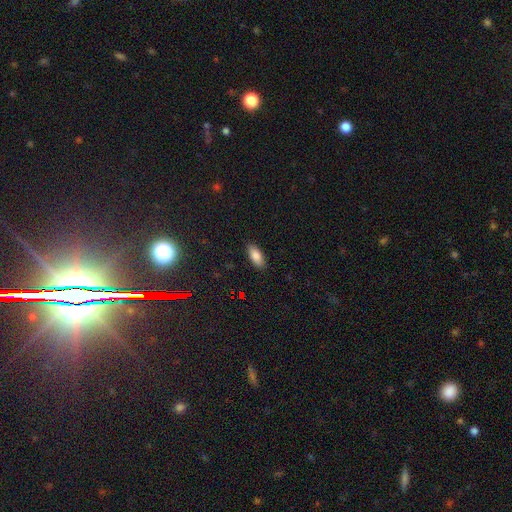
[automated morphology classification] Smooth or featured?
  - smooth: 83% *
  - star or artifact: 9%
  - featured or disk: 8%
How rounded?
  - in between: 86% *
  - cigar-shaped: 12%
  - round: 2%
Merging?
  - none: 88% *
  - minor disturbance: 9%
  - major disturbance: 2%
  - merger: 1%